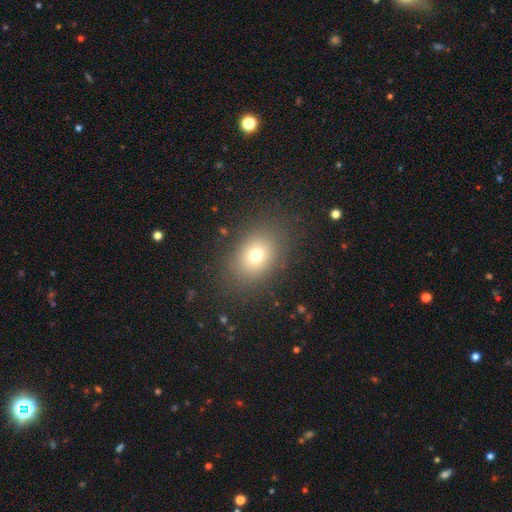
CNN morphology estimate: Smooth or featured?
  - smooth: 72% *
  - star or artifact: 16%
  - featured or disk: 12%
How rounded?
  - in between: 59% *
  - round: 40%
  - cigar-shaped: 1%
Merging?
  - none: 84% *
  - minor disturbance: 10%
  - major disturbance: 5%
  - merger: 1%